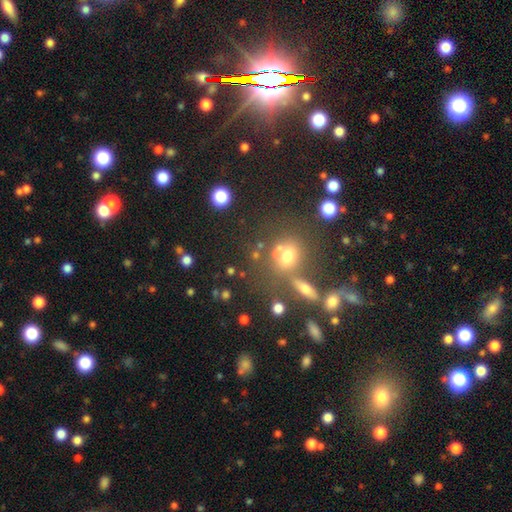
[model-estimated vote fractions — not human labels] The model was most divided on "smooth or featured": star or artifact: 48%, smooth: 40%, featured or disk: 12%.